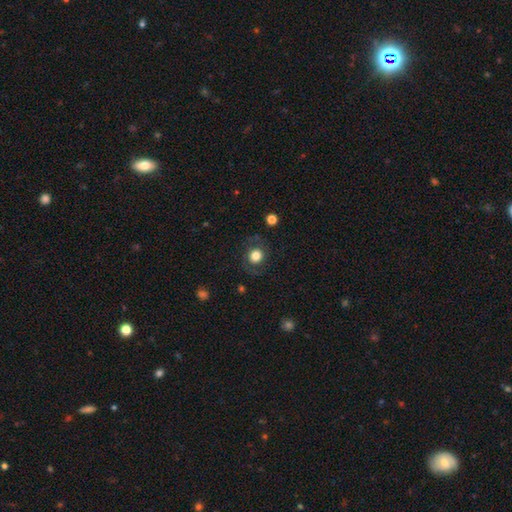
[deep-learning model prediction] Q: Smooth or featured?
A: smooth (71%); runner-up: featured or disk (20%)
Q: How rounded?
A: round (85%); runner-up: in between (15%)
Q: Merging?
A: none (77%); runner-up: minor disturbance (13%)